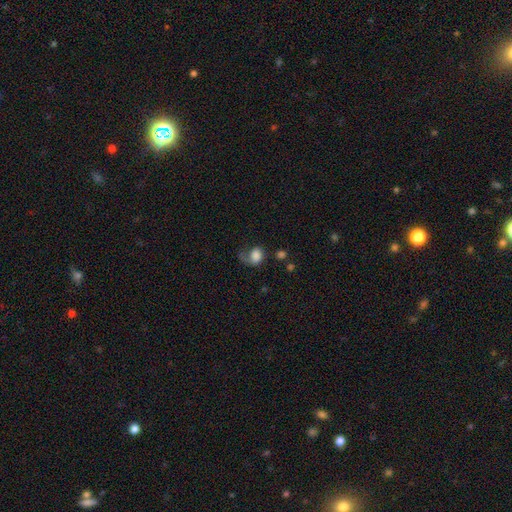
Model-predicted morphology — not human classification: type=smooth (65%); roundness=in between (50%); merging=major disturbance (45%).